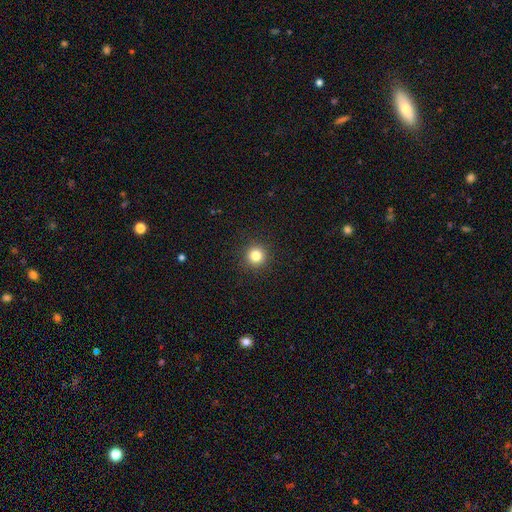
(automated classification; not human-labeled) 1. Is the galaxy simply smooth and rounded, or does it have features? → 82% smooth, 12% star or artifact, 5% featured or disk.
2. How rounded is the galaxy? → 95% round, 4% in between, 1% cigar-shaped.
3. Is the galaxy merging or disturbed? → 92% none, 5% minor disturbance, 2% major disturbance, 1% merger.